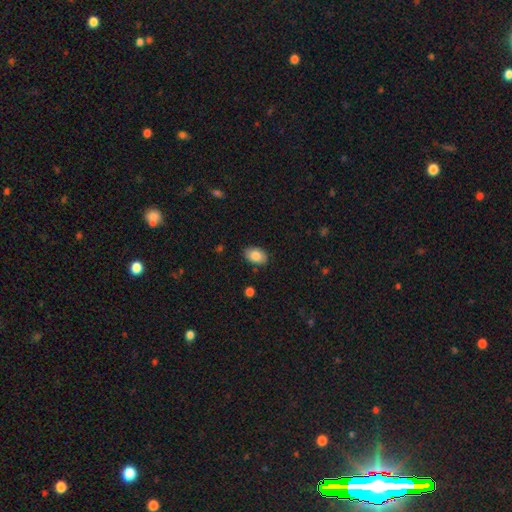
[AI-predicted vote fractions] Smooth or featured: smooth — 84% (featured or disk — 9%)
How rounded: in between — 87% (round — 12%)
Merging: none — 84% (minor disturbance — 12%)